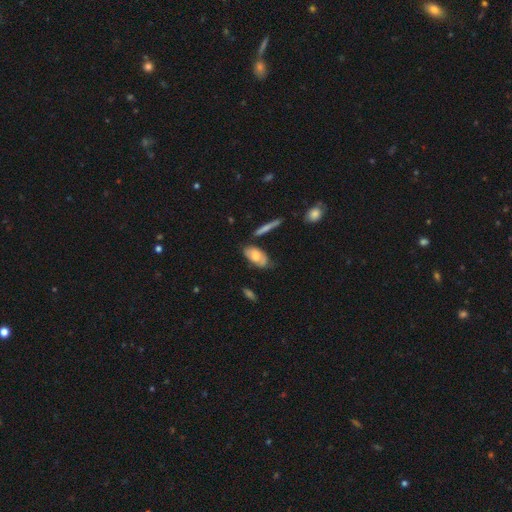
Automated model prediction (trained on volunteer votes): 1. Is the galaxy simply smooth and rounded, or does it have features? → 59% smooth, 35% featured or disk, 6% star or artifact.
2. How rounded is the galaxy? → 88% in between, 8% cigar-shaped, 4% round.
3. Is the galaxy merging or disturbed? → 62% none, 25% minor disturbance, 7% major disturbance, 6% merger.